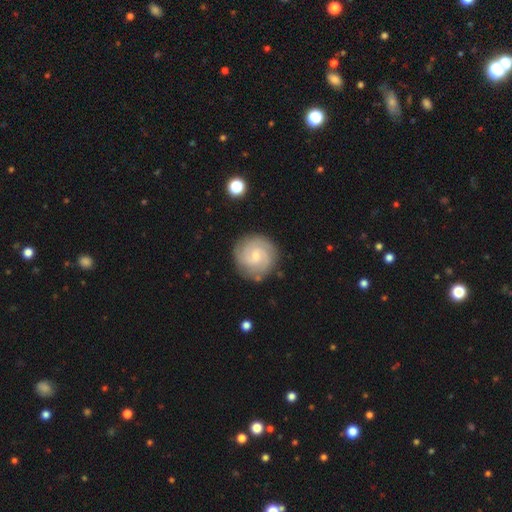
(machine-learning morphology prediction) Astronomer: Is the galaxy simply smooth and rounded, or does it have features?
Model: featured or disk — 78%.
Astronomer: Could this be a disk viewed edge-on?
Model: no — 98%.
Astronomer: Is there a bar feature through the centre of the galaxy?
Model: no — 50% (runner-up: weak, 44%).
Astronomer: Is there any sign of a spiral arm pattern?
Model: yes — 97%.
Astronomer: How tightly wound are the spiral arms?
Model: tight — 70%.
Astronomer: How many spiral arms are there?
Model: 2 — 45% (runner-up: 3, 25%).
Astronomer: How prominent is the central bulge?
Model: small — 62%.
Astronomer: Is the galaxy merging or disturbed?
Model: none — 84%.